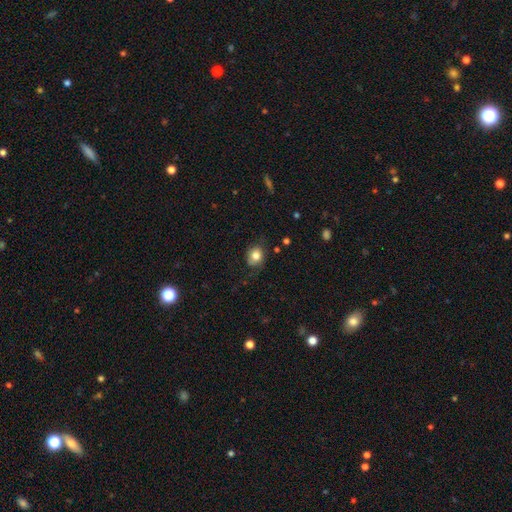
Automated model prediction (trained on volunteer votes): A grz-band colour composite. It shows a smooth galaxy with no disk features (79%) that is round (55%). Merging: none (68%).